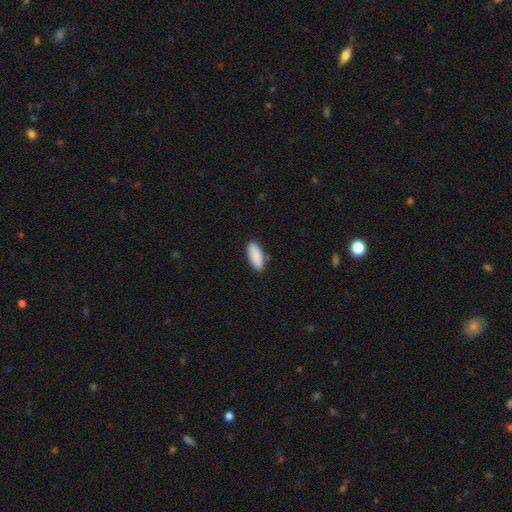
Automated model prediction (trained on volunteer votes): Smooth or featured?
  - smooth: 90% *
  - star or artifact: 6%
  - featured or disk: 4%
How rounded?
  - in between: 77% *
  - cigar-shaped: 21%
  - round: 2%
Merging?
  - none: 85% *
  - minor disturbance: 11%
  - major disturbance: 2%
  - merger: 2%